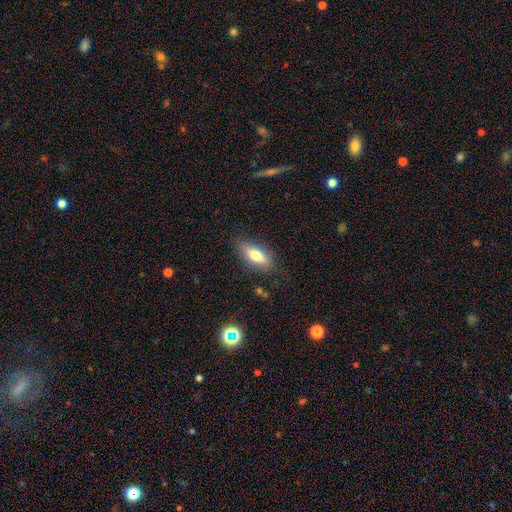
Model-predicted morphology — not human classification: Smooth or featured? smooth (70%)
How rounded? in between (70%)
Merging? none (81%)